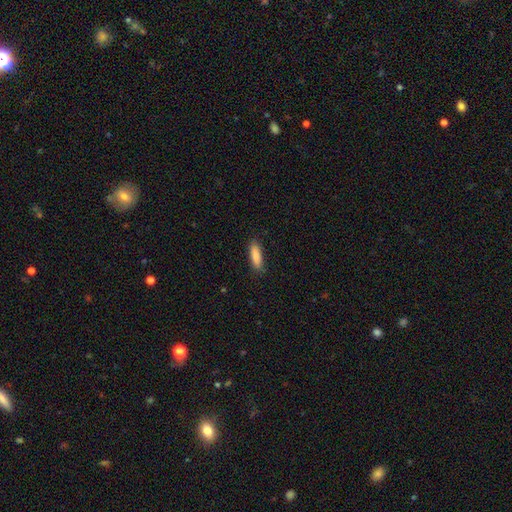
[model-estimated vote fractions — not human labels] Smooth or featured? smooth (87%)
How rounded? cigar-shaped (56%)
Merging? none (85%)